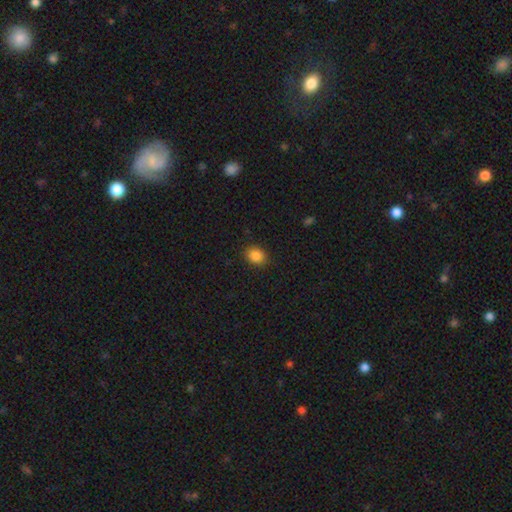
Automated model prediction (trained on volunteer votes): A smooth galaxy with no disk features (86%) that is round (54%).

Vote fractions:
- Smooth or featured? smooth: 86% / star or artifact: 10% / featured or disk: 4%
- How rounded? round: 54% / in between: 45% / cigar-shaped: 1%
- Merging? none: 90% / minor disturbance: 7% / major disturbance: 2% / merger: 1%